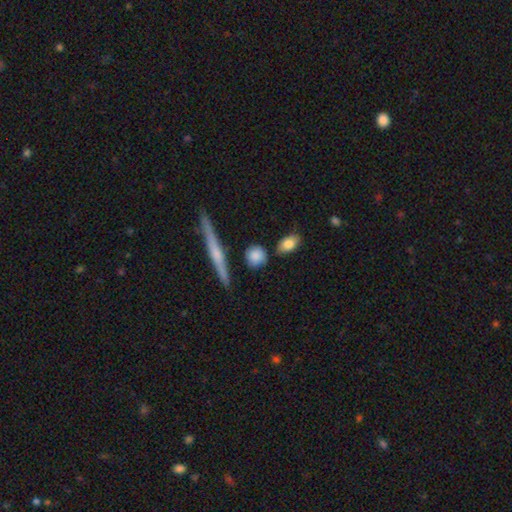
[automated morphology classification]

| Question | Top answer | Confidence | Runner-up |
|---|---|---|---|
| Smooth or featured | smooth | 81% | featured or disk (12%) |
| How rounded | round | 77% | in between (16%) |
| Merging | none | 80% | minor disturbance (12%) |